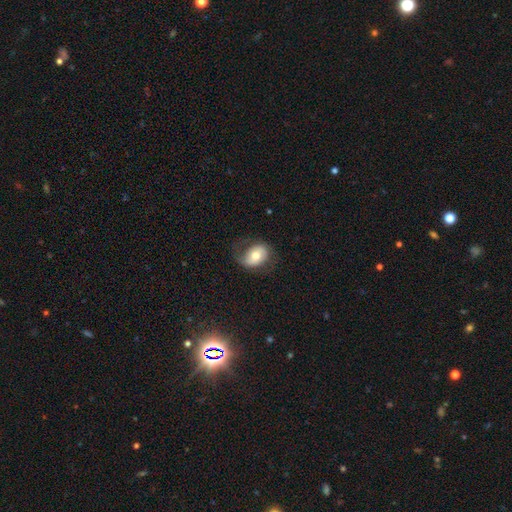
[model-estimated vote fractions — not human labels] A smooth galaxy with no disk features (57%) that is in between round and cigar-shaped (76%).

Vote fractions:
- Smooth or featured? smooth: 57% / featured or disk: 35% / star or artifact: 7%
- How rounded? in between: 76% / round: 23% / cigar-shaped: 1%
- Merging? none: 54% / minor disturbance: 26% / major disturbance: 18% / merger: 1%